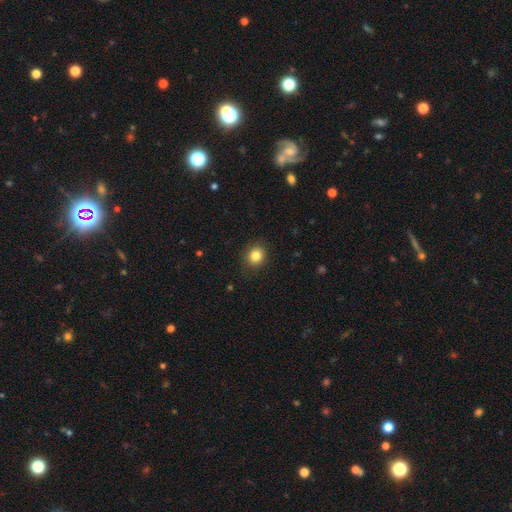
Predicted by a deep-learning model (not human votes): smooth_or_featured: smooth (p=0.84) [alt: star or artifact p=0.11]
how_rounded: round (p=0.75) [alt: in between p=0.24]
merging: none (p=0.90) [alt: minor disturbance p=0.07]